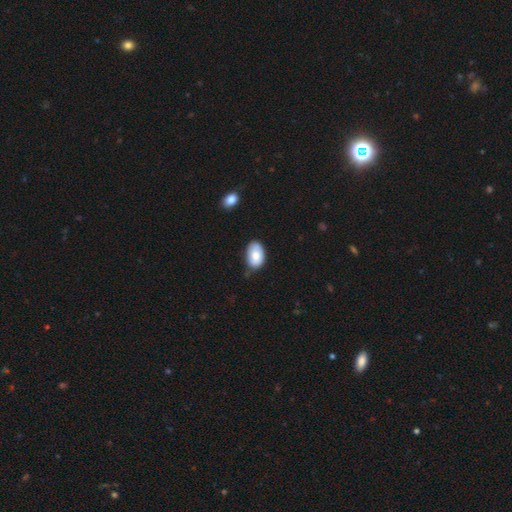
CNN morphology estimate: Smooth or featured?
  - smooth: 79% *
  - featured or disk: 14%
  - star or artifact: 7%
How rounded?
  - in between: 90% *
  - round: 9%
  - cigar-shaped: 1%
Merging?
  - none: 65% *
  - minor disturbance: 28%
  - major disturbance: 4%
  - merger: 3%